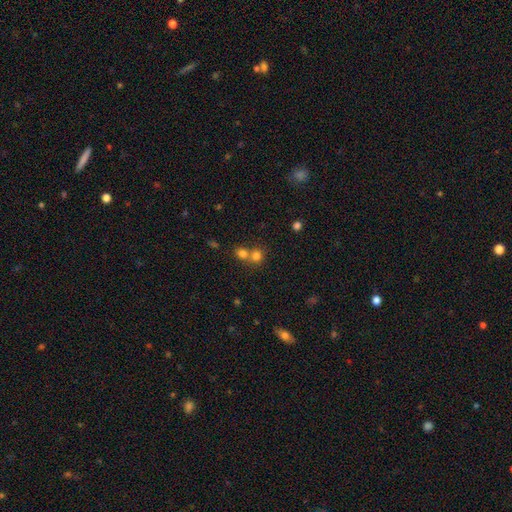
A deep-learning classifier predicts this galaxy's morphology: smooth-or-featured: smooth: 77% | star or artifact: 15% | featured or disk: 9%
  how-rounded: round: 84% | in between: 15% | cigar-shaped: 1%
  merging: merger: 49% | none: 44% | minor disturbance: 5% | major disturbance: 2%